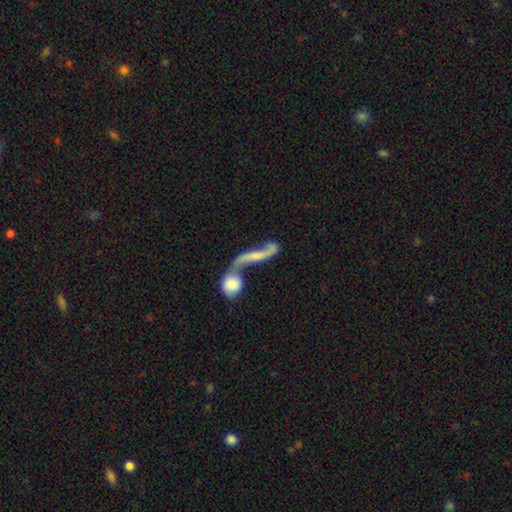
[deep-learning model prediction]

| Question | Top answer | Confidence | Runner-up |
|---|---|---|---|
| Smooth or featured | featured or disk | 71% | smooth (21%) |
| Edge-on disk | no | 80% | yes (20%) |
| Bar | no | 49% | weak (31%) |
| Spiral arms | yes | 81% | no (19%) |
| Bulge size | small | 38% | none (32%) |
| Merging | merger | 58% | none (22%) |